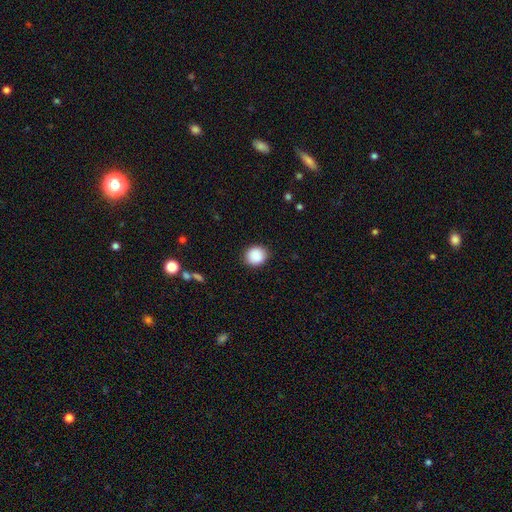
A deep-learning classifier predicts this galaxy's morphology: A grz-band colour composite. It shows a smooth galaxy with no disk features (89%) that is round (83%). Merging: none (89%).